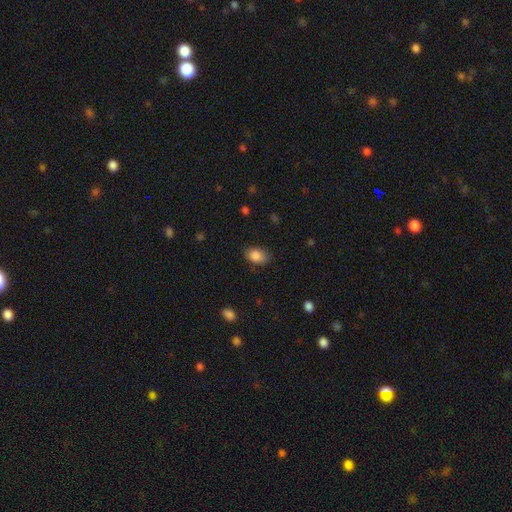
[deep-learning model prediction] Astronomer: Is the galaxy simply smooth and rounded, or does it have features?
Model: smooth — 87%.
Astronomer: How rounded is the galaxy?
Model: in between — 84%.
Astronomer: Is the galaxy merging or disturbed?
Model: none — 76%.